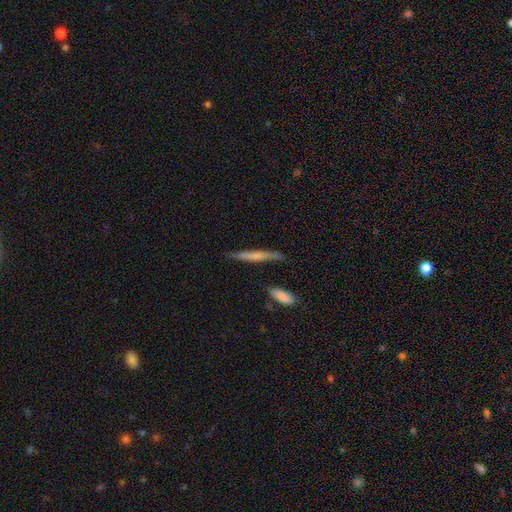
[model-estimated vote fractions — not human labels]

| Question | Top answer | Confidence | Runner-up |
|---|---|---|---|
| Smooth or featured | smooth | 50% | featured or disk (44%) |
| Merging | none | 81% | minor disturbance (12%) |